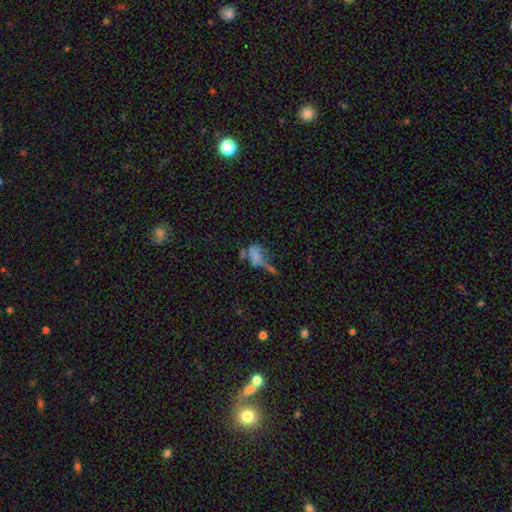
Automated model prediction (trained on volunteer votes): Smooth or featured?
  - smooth: 49% *
  - featured or disk: 31%
  - star or artifact: 20%
Merging?
  - major disturbance: 30% *
  - merger: 29%
  - none: 26%
  - minor disturbance: 16%